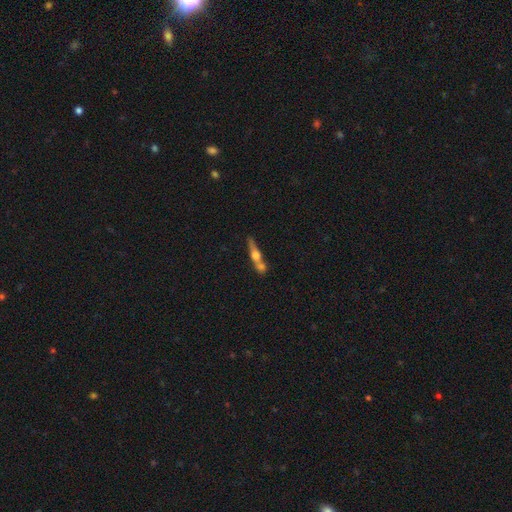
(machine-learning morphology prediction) smooth-or-featured: featured or disk: 57% | smooth: 35% | star or artifact: 8%
  disk-edge-on: yes: 87% | no: 13%
  merging: none: 47% | merger: 36% | minor disturbance: 12% | major disturbance: 6%